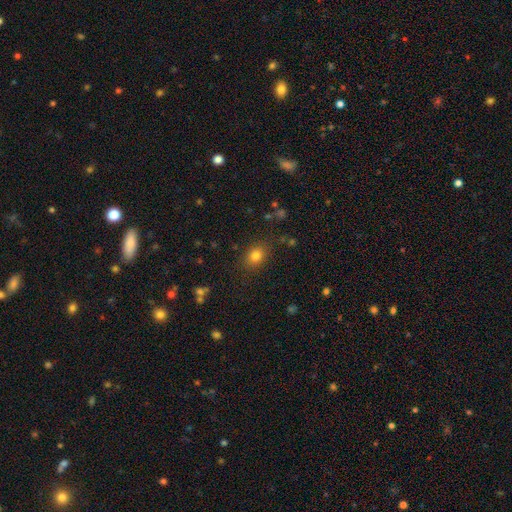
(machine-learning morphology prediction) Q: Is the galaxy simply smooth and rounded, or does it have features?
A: smooth — 79%.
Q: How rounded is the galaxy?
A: in between — 49%, tied with round.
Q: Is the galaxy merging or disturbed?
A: none — 82%.